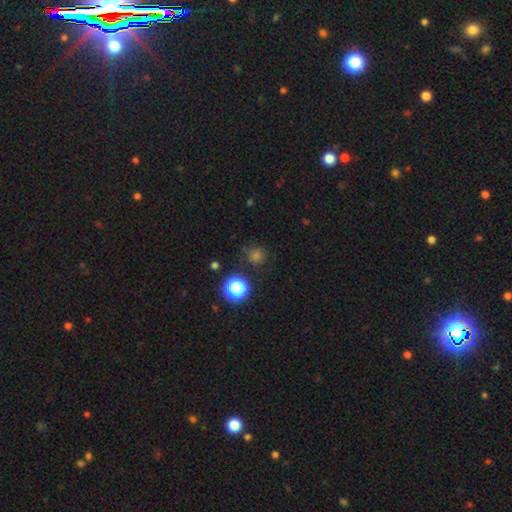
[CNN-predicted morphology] Q: Smooth or featured?
A: smooth (64%); runner-up: star or artifact (30%)
Q: How rounded?
A: round (90%); runner-up: in between (9%)
Q: Merging?
A: none (79%); runner-up: minor disturbance (12%)